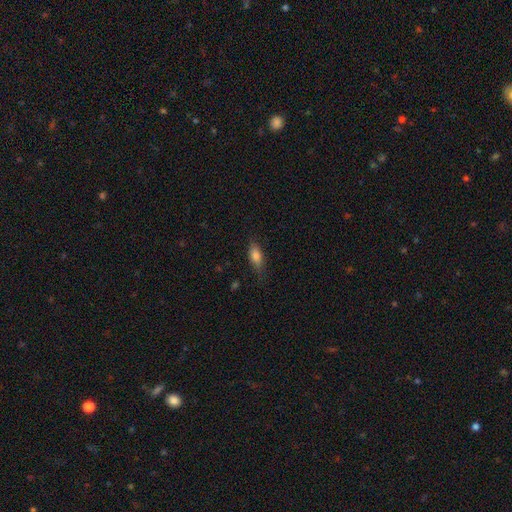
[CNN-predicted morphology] Smooth or featured? smooth (78%)
How rounded? in between (78%)
Merging? none (74%)